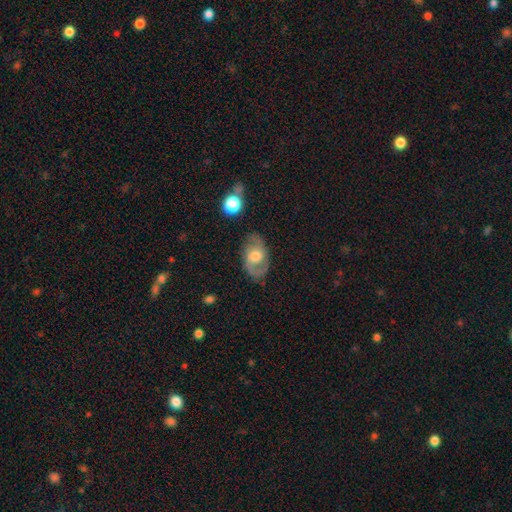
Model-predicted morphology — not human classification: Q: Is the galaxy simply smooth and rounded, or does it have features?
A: featured or disk — 64%.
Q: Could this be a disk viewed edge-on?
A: no — 94%.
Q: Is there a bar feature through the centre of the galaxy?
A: no — 62%.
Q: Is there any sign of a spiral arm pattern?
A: yes — 79%.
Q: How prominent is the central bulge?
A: moderate — 66%.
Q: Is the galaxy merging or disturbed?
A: none — 74%.